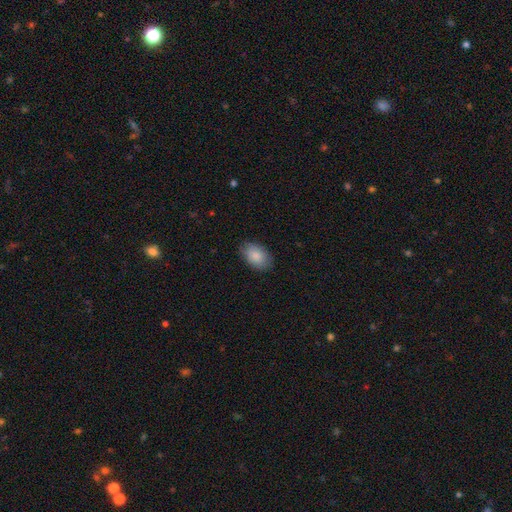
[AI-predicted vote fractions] Smooth or featured?
  - smooth: 88% *
  - star or artifact: 6%
  - featured or disk: 6%
How rounded?
  - in between: 91% *
  - round: 8%
  - cigar-shaped: 1%
Merging?
  - none: 83% *
  - minor disturbance: 13%
  - major disturbance: 3%
  - merger: 1%